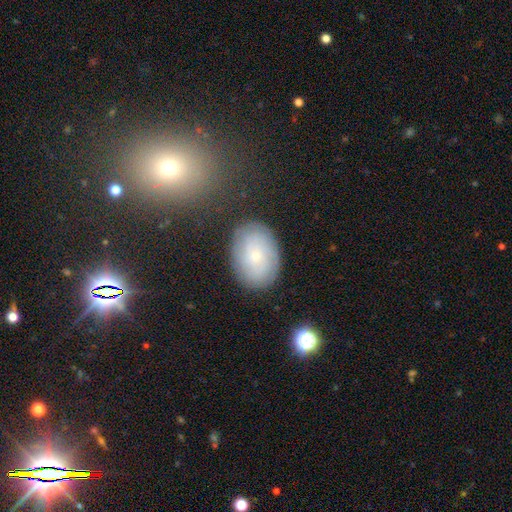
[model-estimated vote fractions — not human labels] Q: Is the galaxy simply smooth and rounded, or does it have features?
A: smooth — 49%.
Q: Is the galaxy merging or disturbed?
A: none — 82%.